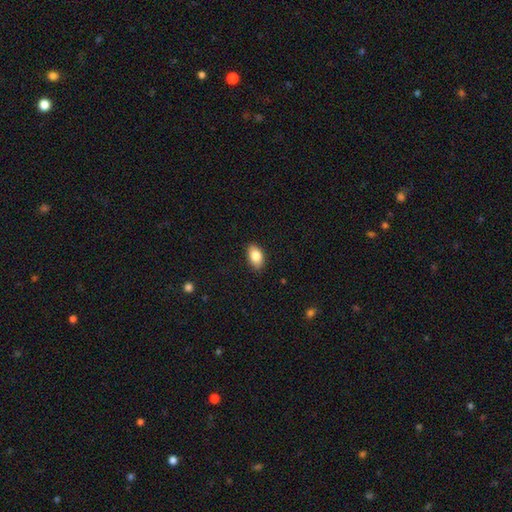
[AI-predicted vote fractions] Smooth or featured: smooth — 84% (featured or disk — 9%)
How rounded: in between — 92% (round — 6%)
Merging: none — 88% (minor disturbance — 9%)